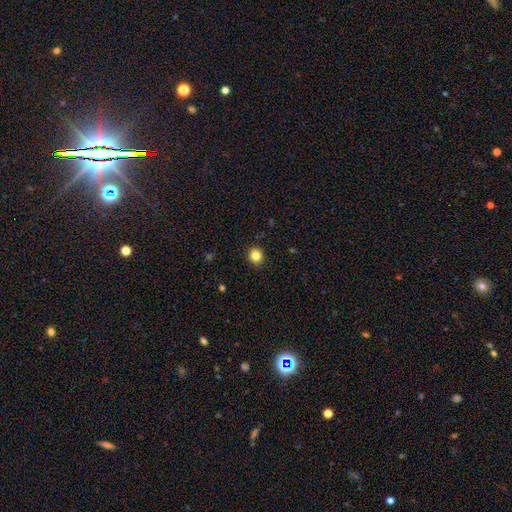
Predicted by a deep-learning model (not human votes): smooth 83%, star or artifact 12%, featured or disk 5%. Down the decision tree: how rounded — round (87%); merging — none (91%).